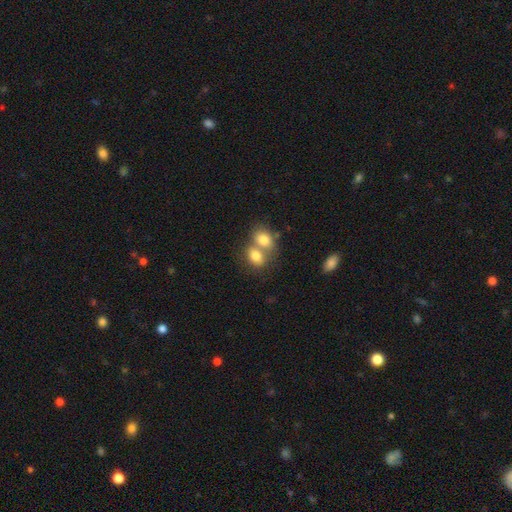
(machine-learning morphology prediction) Smooth or featured? smooth (78%)
How rounded? in between (70%)
Merging? merger (66%)